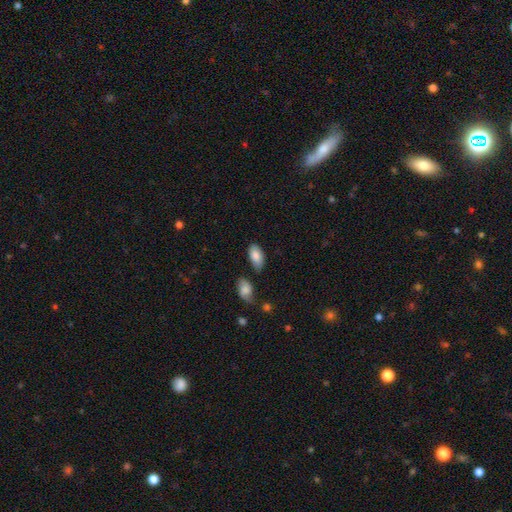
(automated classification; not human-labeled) Smooth or featured: smooth — 85% (featured or disk — 9%)
How rounded: in between — 95% (cigar-shaped — 3%)
Merging: none — 74% (minor disturbance — 17%)